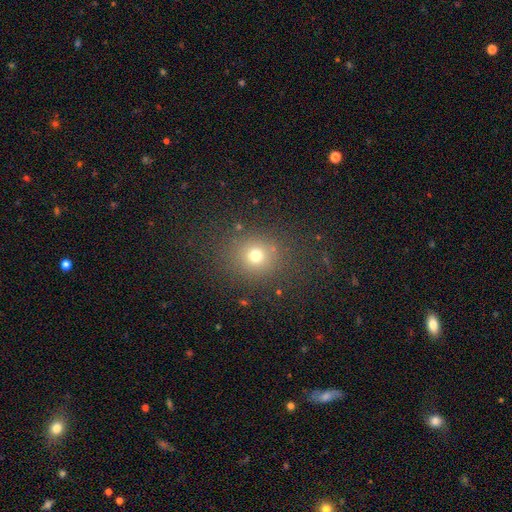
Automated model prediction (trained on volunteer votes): A smooth galaxy with no disk features (73%) that is round (84%). Merging: none (83%).